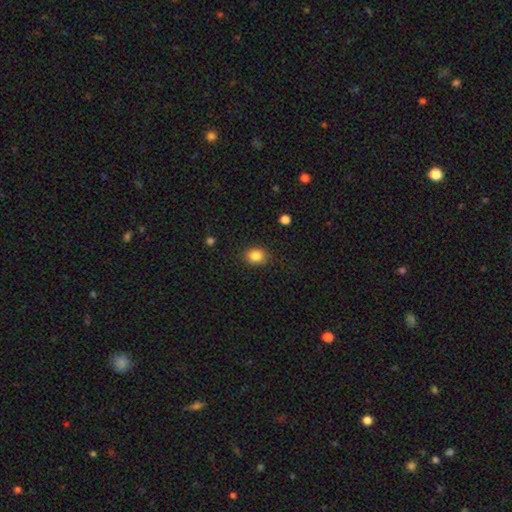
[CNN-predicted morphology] Q: Smooth or featured?
A: smooth (85%); runner-up: star or artifact (10%)
Q: How rounded?
A: round (55%); runner-up: in between (44%)
Q: Merging?
A: none (87%); runner-up: minor disturbance (10%)